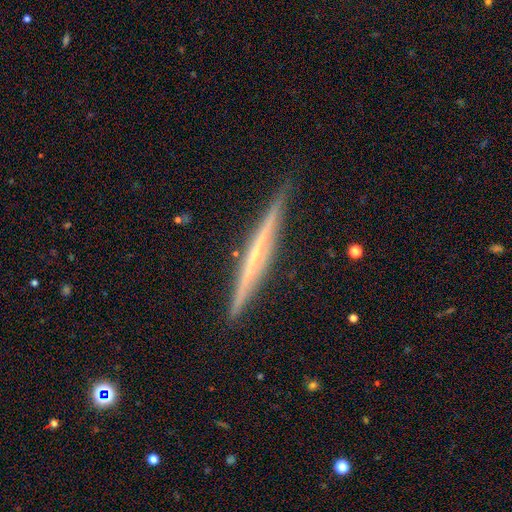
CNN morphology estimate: Smooth or featured: featured or disk — 74% (smooth — 20%)
Edge-on disk: yes — 98% (no — 2%)
Edge-on bulge: none — 72% (rounded — 22%)
Merging: none — 90% (minor disturbance — 7%)